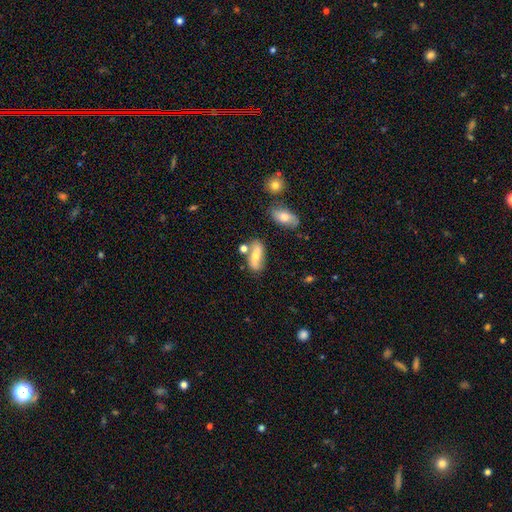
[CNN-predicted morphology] smooth-or-featured: smooth: 48% | featured or disk: 43% | star or artifact: 8%
  merging: none: 65% | minor disturbance: 17% | merger: 12% | major disturbance: 5%